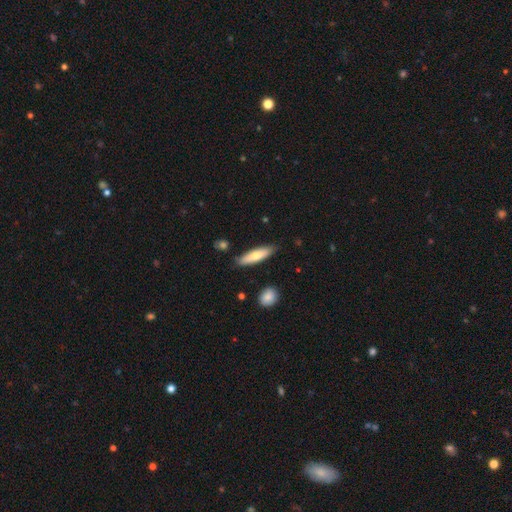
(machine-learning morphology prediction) Smooth or featured?
  - smooth: 69% *
  - featured or disk: 25%
  - star or artifact: 6%
How rounded?
  - cigar-shaped: 66% *
  - in between: 32%
  - round: 2%
Merging?
  - none: 84% *
  - minor disturbance: 11%
  - merger: 2%
  - major disturbance: 2%